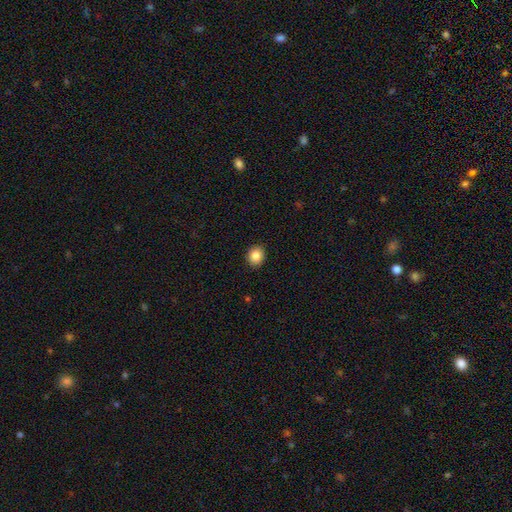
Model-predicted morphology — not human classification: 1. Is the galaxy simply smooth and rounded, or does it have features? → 86% smooth, 9% star or artifact, 4% featured or disk.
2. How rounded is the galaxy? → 73% round, 26% in between, 1% cigar-shaped.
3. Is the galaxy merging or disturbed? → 91% none, 6% minor disturbance, 2% major disturbance, 1% merger.